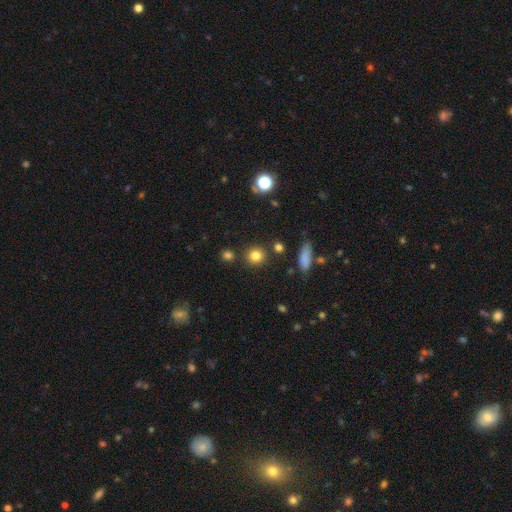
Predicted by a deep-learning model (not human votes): This is clearly a smooth galaxy (82%). How rounded: clearly round (88%). Merging: clearly none (86%).